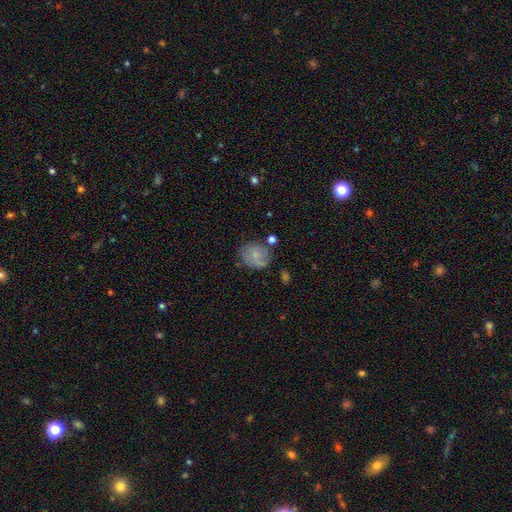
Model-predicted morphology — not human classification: A smooth galaxy with no disk features (66%) that is round (71%). Merging: none (64%).